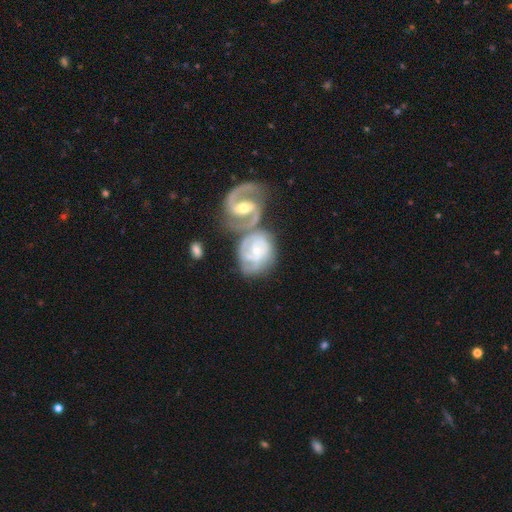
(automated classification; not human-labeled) Smooth or featured? Predicted: featured or disk (p=0.78). Edge-on disk? Predicted: no (p=0.97). Bar? Predicted: no (p=0.55). Spiral arms? Predicted: yes (p=0.90). Spiral winding? Predicted: medium (p=0.44). Spiral arm count? Predicted: 2 (p=0.59). Bulge size? Predicted: small (p=0.57). Merging? Predicted: merger (p=0.53).